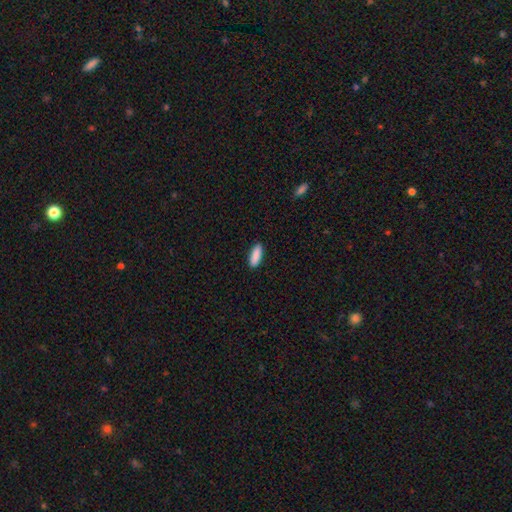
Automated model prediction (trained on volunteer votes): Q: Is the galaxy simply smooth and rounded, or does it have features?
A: smooth — 90%.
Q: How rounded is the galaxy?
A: in between — 57%.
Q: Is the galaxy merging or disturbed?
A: none — 90%.